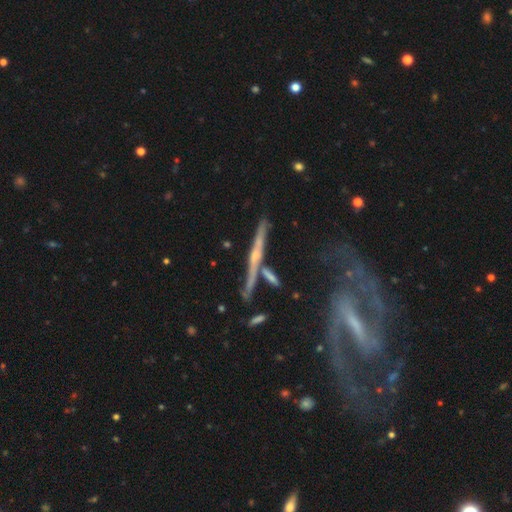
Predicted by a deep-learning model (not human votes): A featured or disk galaxy (82%) viewed edge-on (87%) with a rounded central bulge (58%). Merging: none (66%).